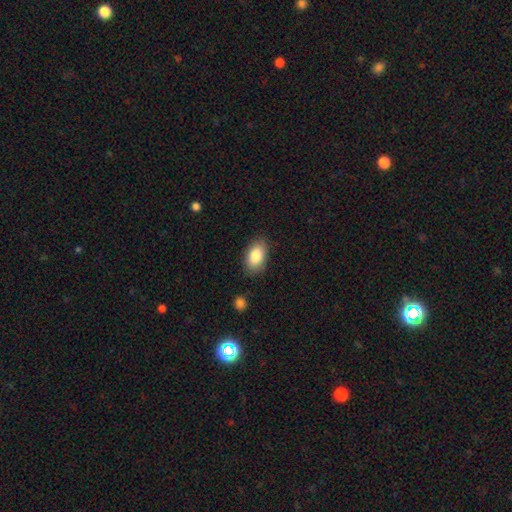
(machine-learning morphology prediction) smooth_or_featured: smooth (p=0.85) [alt: featured or disk p=0.08]
how_rounded: in between (p=0.92) [alt: round p=0.07]
merging: none (p=0.84) [alt: minor disturbance p=0.12]